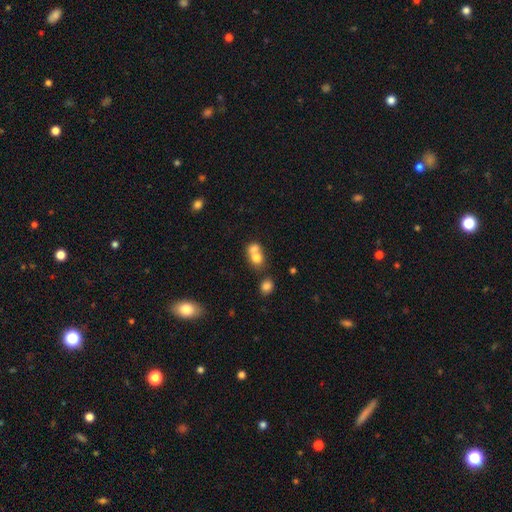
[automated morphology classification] A smooth galaxy with no disk features (74%) that is round (63%).

Vote fractions:
- Smooth or featured? smooth: 74% / featured or disk: 16% / star or artifact: 11%
- How rounded? round: 63% / in between: 36% / cigar-shaped: 1%
- Merging? merger: 66% / none: 25% / minor disturbance: 6% / major disturbance: 3%